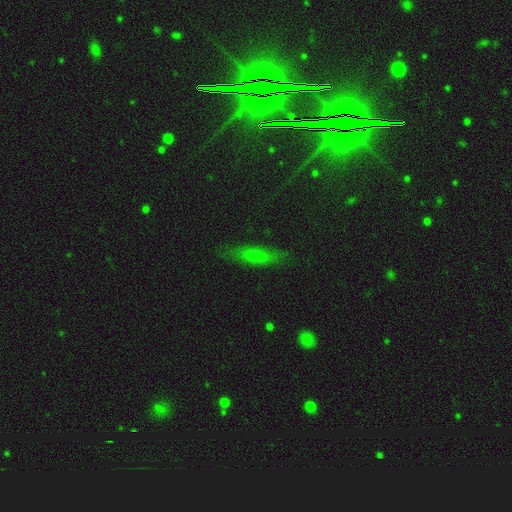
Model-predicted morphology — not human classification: smooth_or_featured: smooth (p=0.62) [alt: featured or disk p=0.22]
how_rounded: cigar-shaped (p=0.62) [alt: in between p=0.34]
merging: none (p=0.81) [alt: minor disturbance p=0.14]